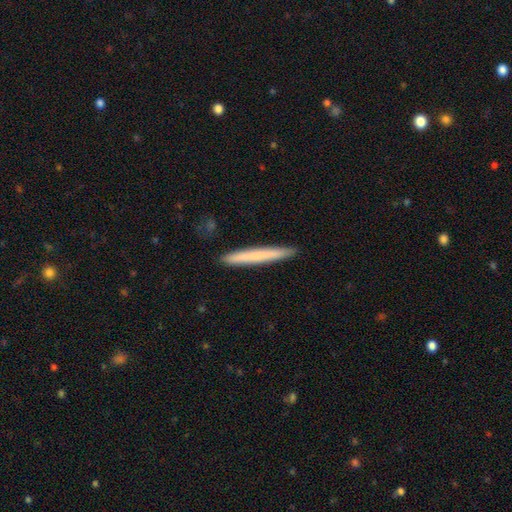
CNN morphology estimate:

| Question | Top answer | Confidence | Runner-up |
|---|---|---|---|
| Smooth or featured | smooth | 69% | featured or disk (26%) |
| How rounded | cigar-shaped | 97% | in between (2%) |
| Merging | none | 92% | minor disturbance (6%) |